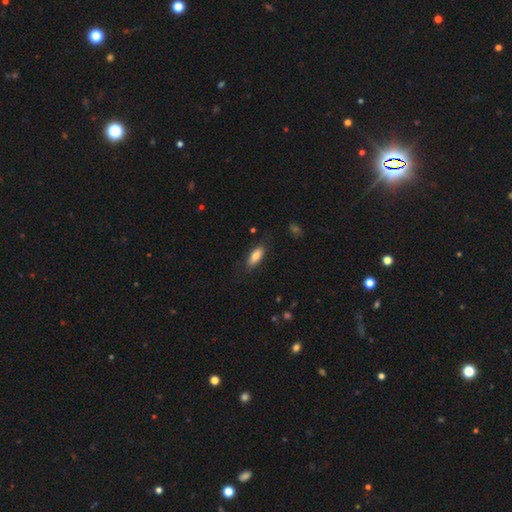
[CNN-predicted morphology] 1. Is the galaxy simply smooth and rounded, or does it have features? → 82% smooth, 11% featured or disk, 7% star or artifact.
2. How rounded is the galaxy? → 78% in between, 20% cigar-shaped, 2% round.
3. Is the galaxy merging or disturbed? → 82% none, 14% minor disturbance, 3% major disturbance, 1% merger.